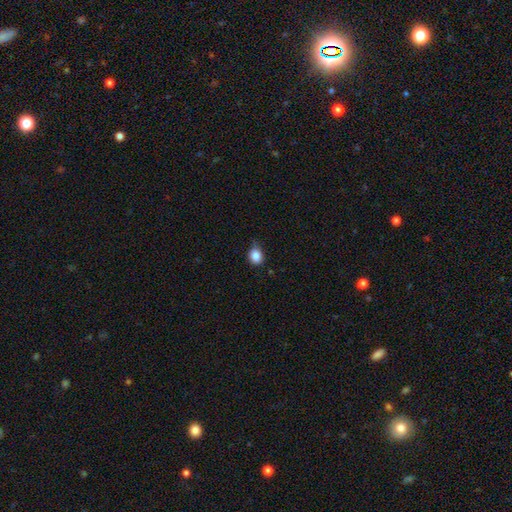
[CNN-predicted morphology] smooth 84%, star or artifact 10%, featured or disk 6%. Down the decision tree: how rounded — round (62%); merging — none (58%).